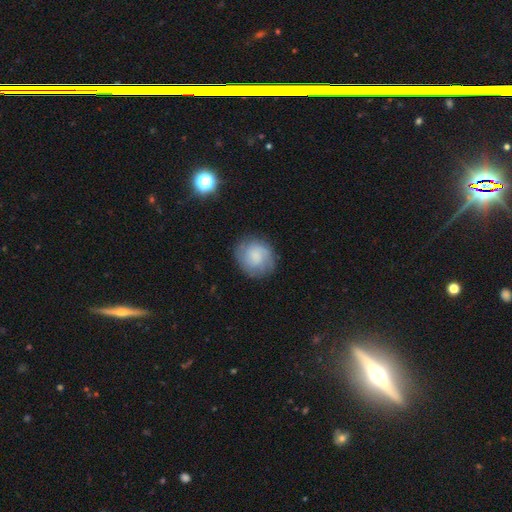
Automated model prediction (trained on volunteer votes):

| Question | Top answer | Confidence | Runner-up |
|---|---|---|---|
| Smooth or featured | smooth | 51% | featured or disk (42%) |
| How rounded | round | 80% | in between (19%) |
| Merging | none | 79% | minor disturbance (15%) |